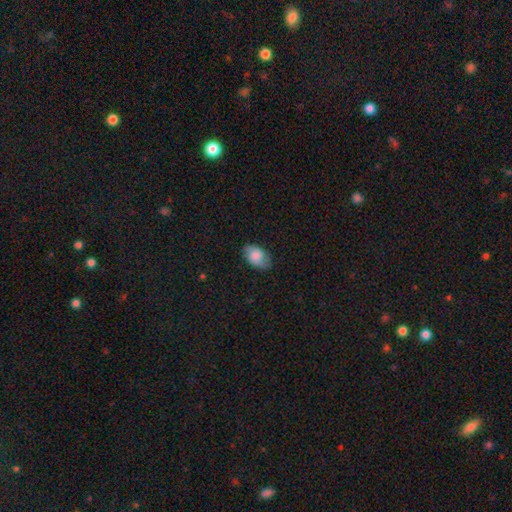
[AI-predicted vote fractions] This is likely a smooth galaxy (73%). How rounded: clearly in between (88%). Merging: likely none (78%).